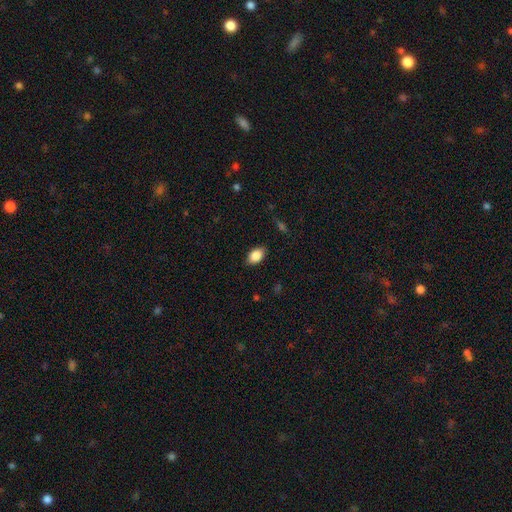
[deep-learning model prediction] Morphology: type=smooth (85%); roundness=in between (89%); merging=none (86%).